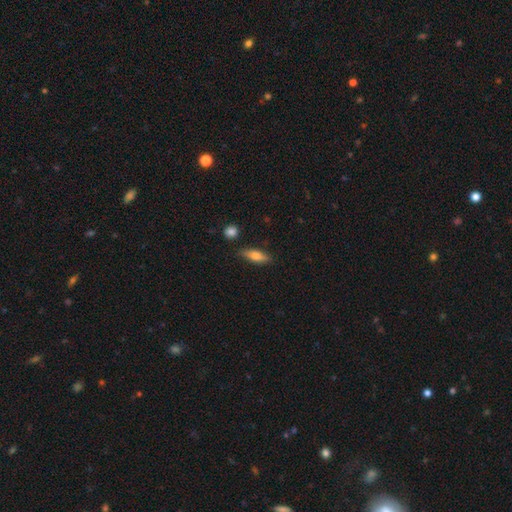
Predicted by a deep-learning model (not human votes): Q: Smooth or featured?
A: smooth (72%); runner-up: featured or disk (21%)
Q: How rounded?
A: in between (56%); runner-up: cigar-shaped (41%)
Q: Merging?
A: none (81%); runner-up: minor disturbance (14%)